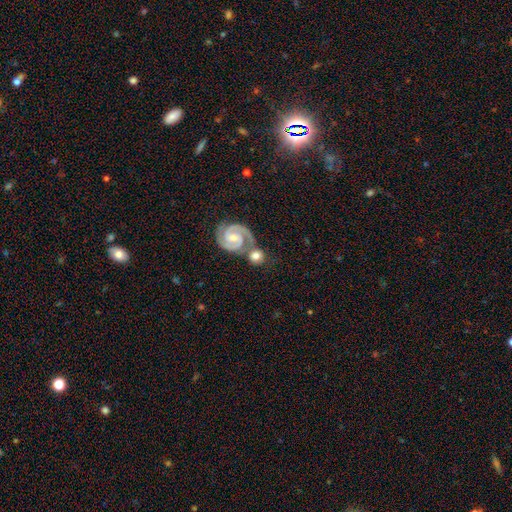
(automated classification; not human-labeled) smooth_or_featured: featured or disk (p=0.53) [alt: smooth p=0.39]
disk_edge_on: no (p=0.96) [alt: yes p=0.04]
bar: no (p=0.47) [alt: weak p=0.38]
has_spiral_arms: yes (p=0.94) [alt: no p=0.06]
bulge_size: small (p=0.50) [alt: moderate p=0.38]
merging: none (p=0.56) [alt: merger p=0.30]